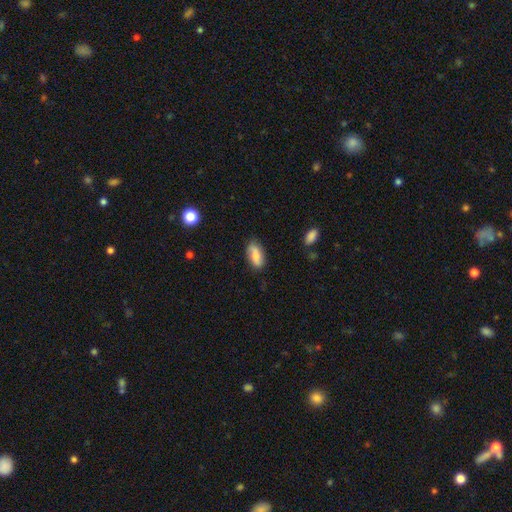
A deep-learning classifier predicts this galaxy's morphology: Smooth or featured: smooth — 71% (featured or disk — 22%)
How rounded: in between — 88% (cigar-shaped — 9%)
Merging: none — 78% (minor disturbance — 18%)